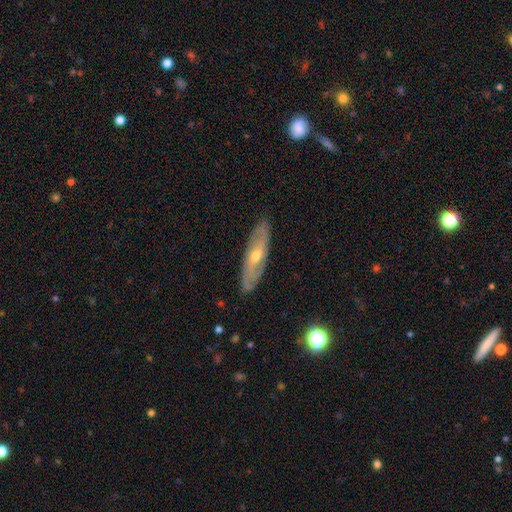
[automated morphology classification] A featured or disk galaxy (69%). Merging: none (86%).